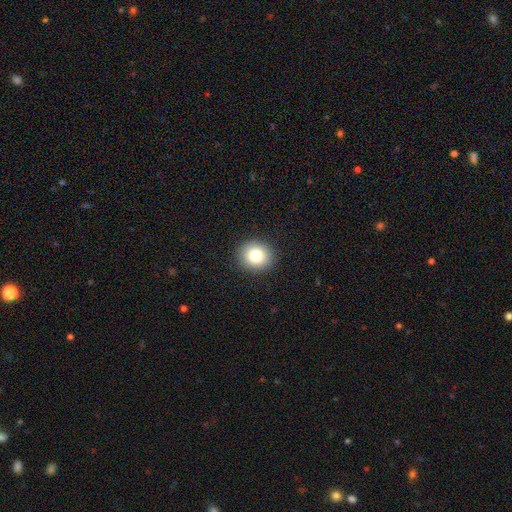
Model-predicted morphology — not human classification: smooth 82%, star or artifact 10%, featured or disk 8%. Down the decision tree: how rounded — round (77%); merging — none (91%).